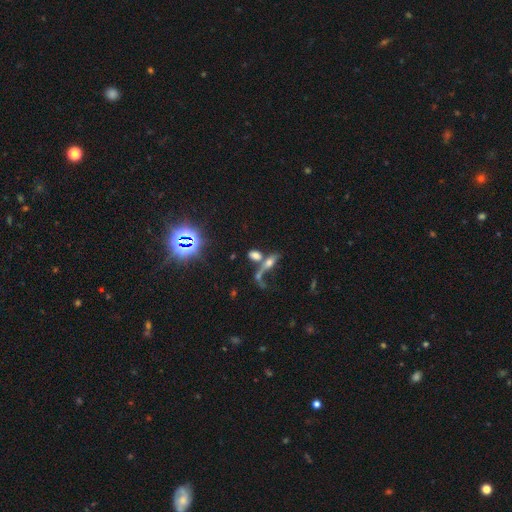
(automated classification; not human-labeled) Q: Smooth or featured?
A: smooth (56%); runner-up: star or artifact (23%)
Q: How rounded?
A: in between (71%); runner-up: cigar-shaped (16%)
Q: Merging?
A: merger (47%); runner-up: none (34%)